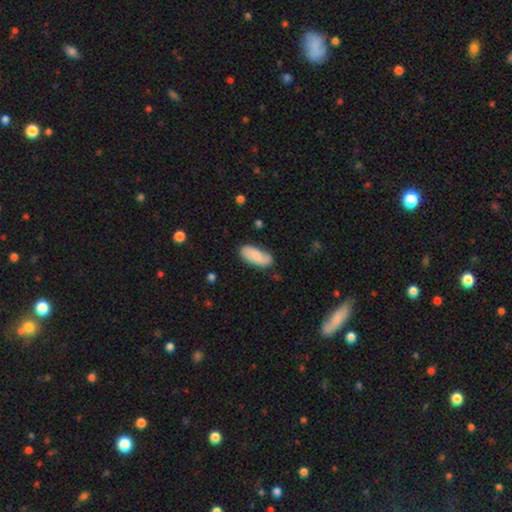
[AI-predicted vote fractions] Smooth or featured? Predicted: smooth (p=0.76). How rounded? Predicted: in between (p=0.85). Merging? Predicted: none (p=0.75).